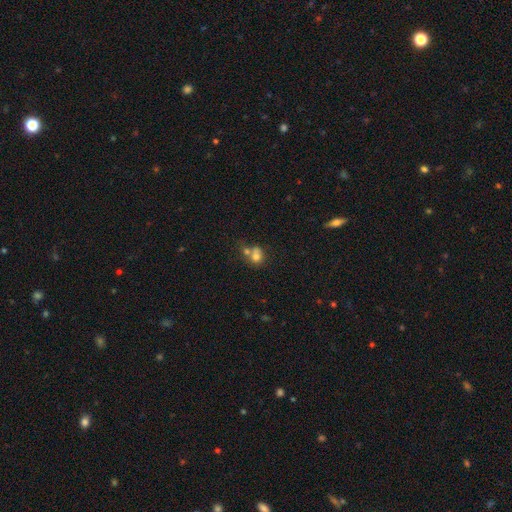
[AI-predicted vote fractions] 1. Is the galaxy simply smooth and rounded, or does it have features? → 70% smooth, 18% featured or disk, 12% star or artifact.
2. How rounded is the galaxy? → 61% round, 38% in between, 1% cigar-shaped.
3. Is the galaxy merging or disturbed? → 58% merger, 27% none, 9% minor disturbance, 6% major disturbance.